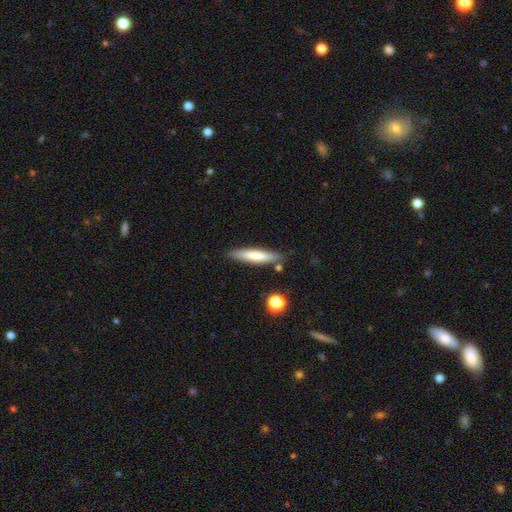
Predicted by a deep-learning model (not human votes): Smooth or featured? smooth (72%)
How rounded? cigar-shaped (88%)
Merging? none (84%)